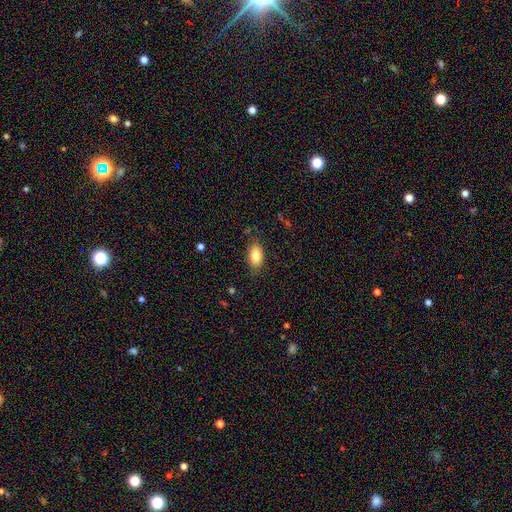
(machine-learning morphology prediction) smooth-or-featured: smooth: 81% | featured or disk: 11% | star or artifact: 8%
  how-rounded: in between: 90% | round: 6% | cigar-shaped: 4%
  merging: none: 82% | minor disturbance: 13% | major disturbance: 3% | merger: 1%